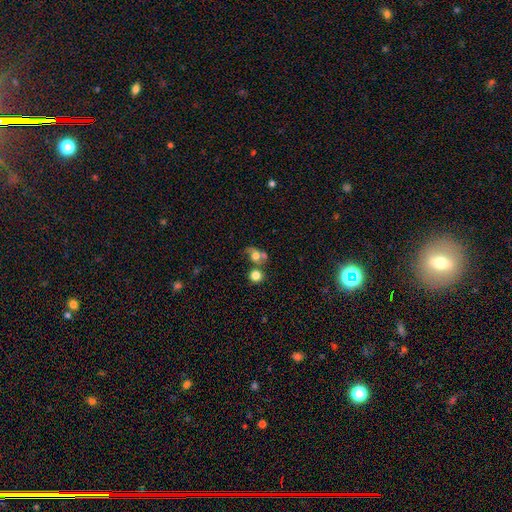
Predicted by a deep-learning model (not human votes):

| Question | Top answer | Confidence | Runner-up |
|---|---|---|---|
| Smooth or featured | smooth | 57% | featured or disk (30%) |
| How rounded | round | 60% | in between (38%) |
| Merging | merger | 38% | none (33%) |